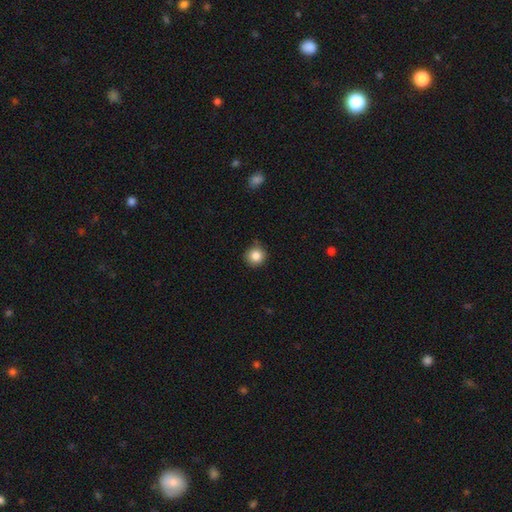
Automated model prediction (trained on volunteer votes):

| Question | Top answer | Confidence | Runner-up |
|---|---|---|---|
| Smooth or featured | smooth | 84% | star or artifact (10%) |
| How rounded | round | 93% | in between (6%) |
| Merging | none | 81% | minor disturbance (14%) |